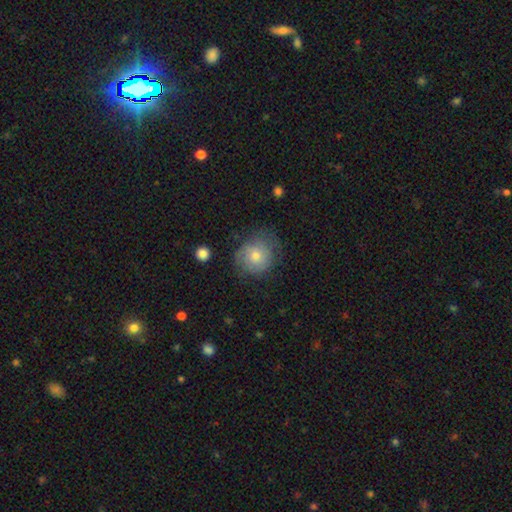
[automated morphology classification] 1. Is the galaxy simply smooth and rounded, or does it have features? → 57% smooth, 34% featured or disk, 9% star or artifact.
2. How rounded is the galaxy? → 80% round, 19% in between, 1% cigar-shaped.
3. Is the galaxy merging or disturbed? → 62% none, 25% minor disturbance, 11% major disturbance, 1% merger.